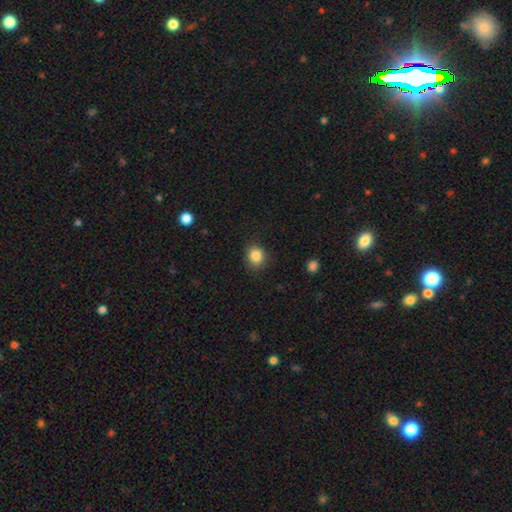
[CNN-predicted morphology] This appears to be a smooth galaxy with no disk features (86%) that is round (74%). Merging: none (83%).